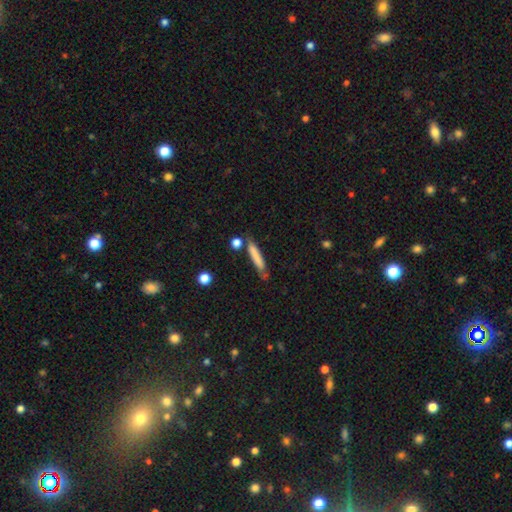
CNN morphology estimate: type=smooth (74%); roundness=cigar-shaped (91%); merging=none (68%).